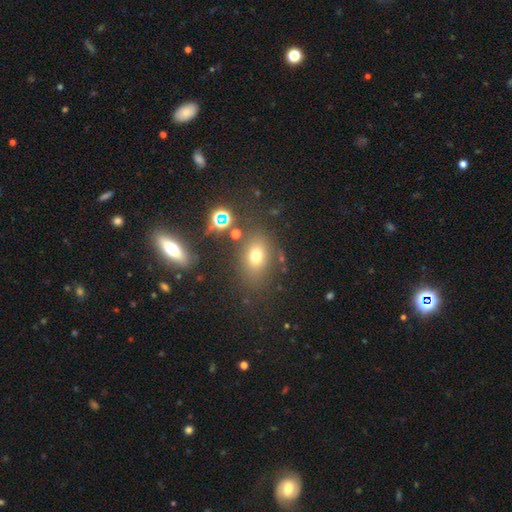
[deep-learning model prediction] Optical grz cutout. It shows a smooth galaxy with no disk features (67%) that is in between round and cigar-shaped (64%). Merging: none (73%).